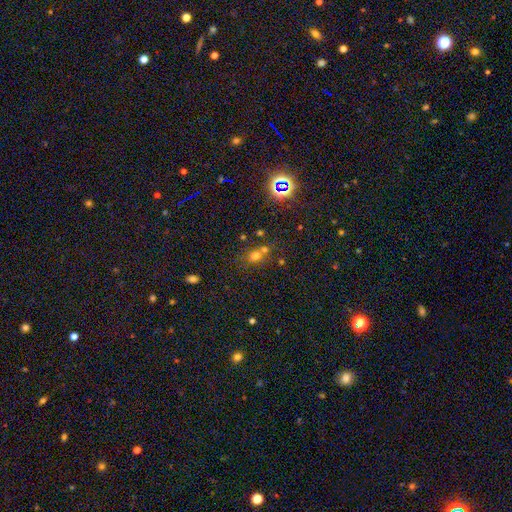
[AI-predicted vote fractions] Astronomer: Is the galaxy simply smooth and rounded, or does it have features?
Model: smooth — 61%.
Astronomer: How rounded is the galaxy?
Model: round — 72%.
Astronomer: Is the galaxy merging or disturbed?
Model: none — 49% (runner-up: merger, 37%).